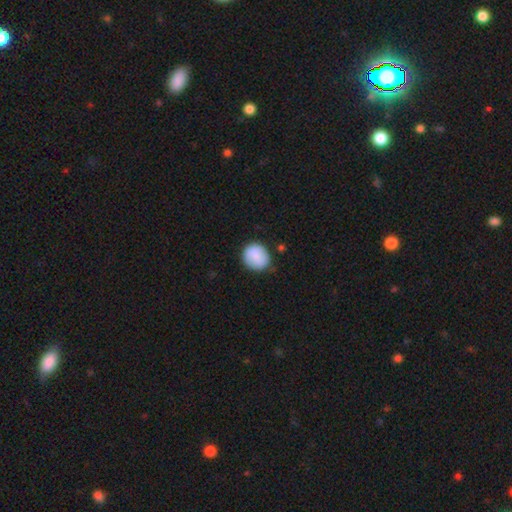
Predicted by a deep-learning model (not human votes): A smooth galaxy with no disk features (85%) that is round (85%). Merging: none (81%).